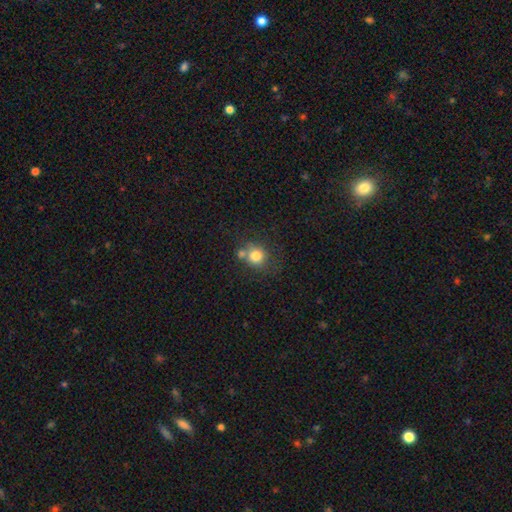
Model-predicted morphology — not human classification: Q: Smooth or featured?
A: smooth (79%); runner-up: star or artifact (12%)
Q: How rounded?
A: round (82%); runner-up: in between (17%)
Q: Merging?
A: none (56%); runner-up: merger (26%)